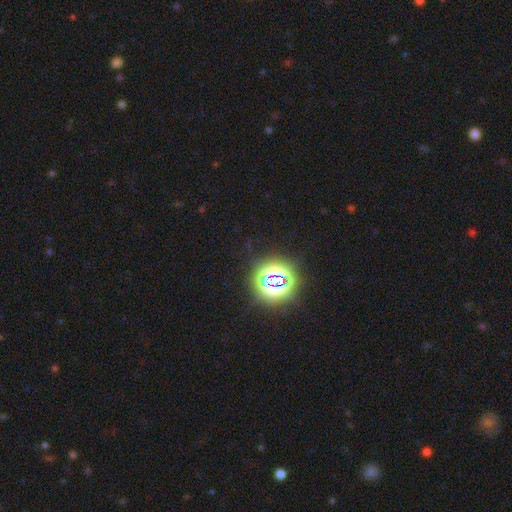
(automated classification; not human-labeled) The model was most divided on "smooth or featured": star or artifact: 83%, smooth: 12%, featured or disk: 5%.